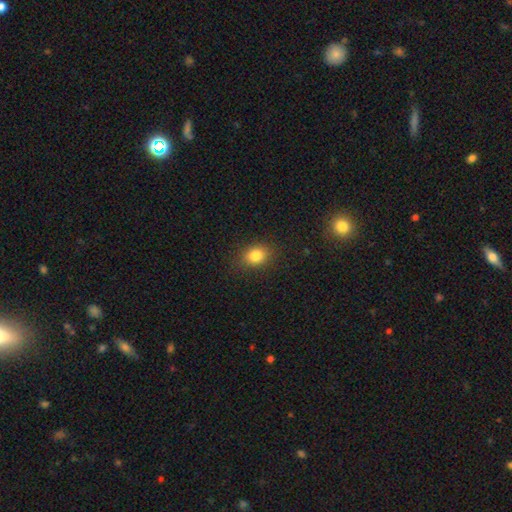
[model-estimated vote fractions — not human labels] Overall: smooth (82%). How rounded: in between (52%; round 46%). Merging: none (87%).